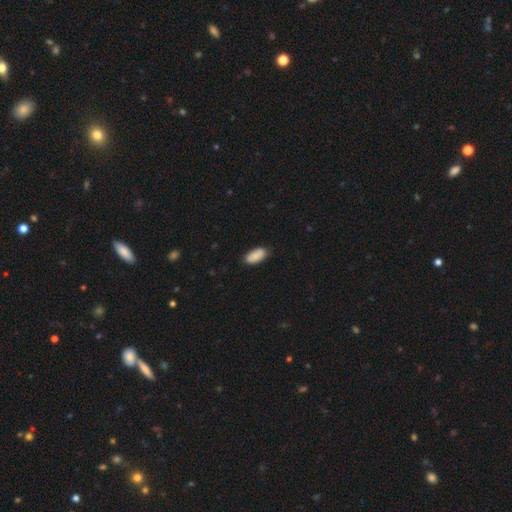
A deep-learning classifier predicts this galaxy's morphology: Smooth or featured? Predicted: smooth (p=0.87). How rounded? Predicted: in between (p=0.92). Merging? Predicted: none (p=0.83).